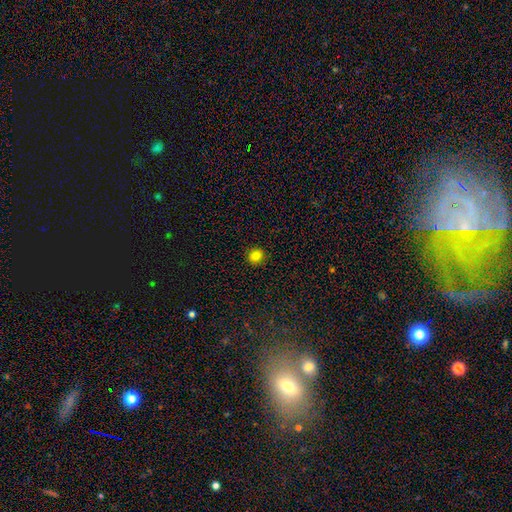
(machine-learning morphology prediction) A smooth galaxy with no disk features (83%) that is round (84%).

Vote fractions:
- Smooth or featured? smooth: 83% / star or artifact: 13% / featured or disk: 4%
- How rounded? round: 84% / in between: 15% / cigar-shaped: 1%
- Merging? none: 91% / minor disturbance: 6% / major disturbance: 2% / merger: 1%